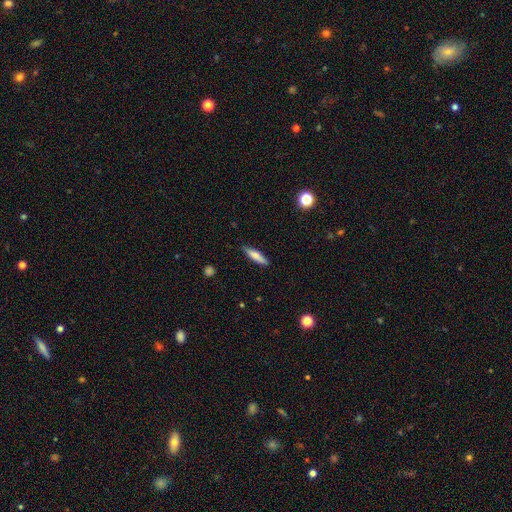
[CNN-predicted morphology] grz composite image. It shows a smooth galaxy with no disk features (71%) that is cigar-shaped (79%). Merging: none (86%).